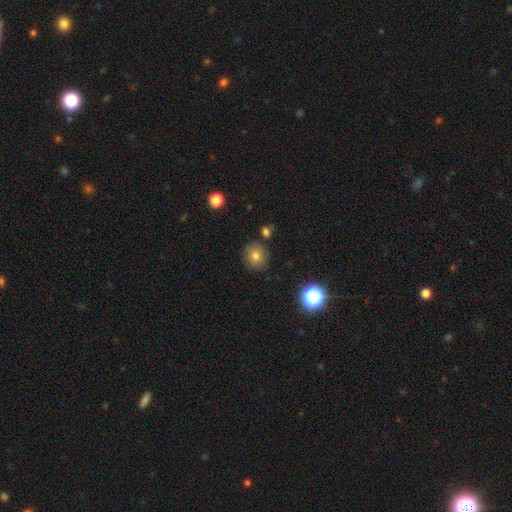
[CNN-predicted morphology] A smooth galaxy with no disk features (75%) that is round (89%). Merging: none (85%).